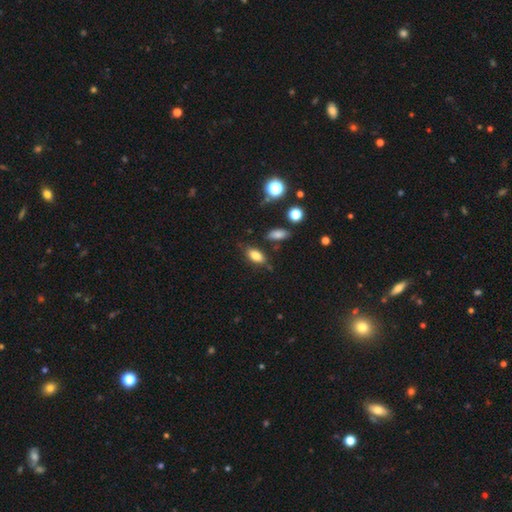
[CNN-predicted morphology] The model was most divided on "merging": none: 74%, minor disturbance: 17%, merger: 5%, major disturbance: 4%. More confident: how rounded — in between (87%); smooth or featured — smooth (81%).